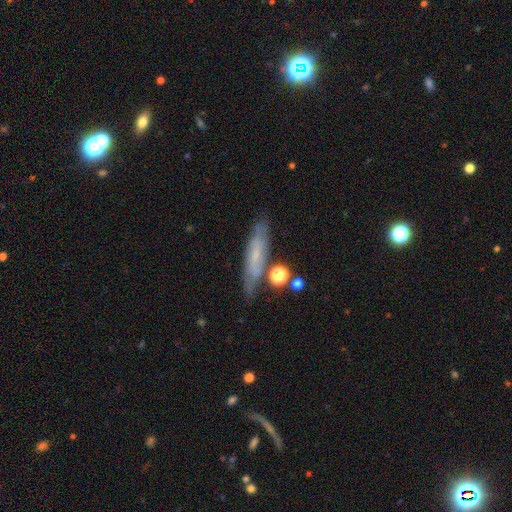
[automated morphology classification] A smooth galaxy with no disk features (45%, tied with featured or disk).

Vote fractions:
- Smooth or featured? smooth: 45% (tied) / featured or disk: 45% (tied) / star or artifact: 10%
- Merging? none: 69% / minor disturbance: 19% / merger: 6% / major disturbance: 6%